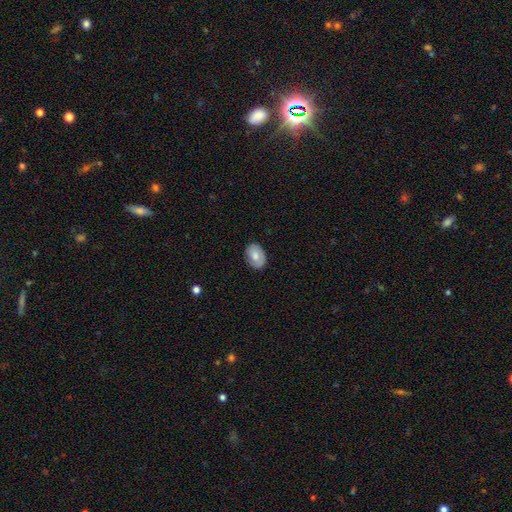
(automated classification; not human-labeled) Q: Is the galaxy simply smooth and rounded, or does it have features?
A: smooth — 74%.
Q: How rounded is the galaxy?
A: in between — 85%.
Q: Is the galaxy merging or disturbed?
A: none — 82%.